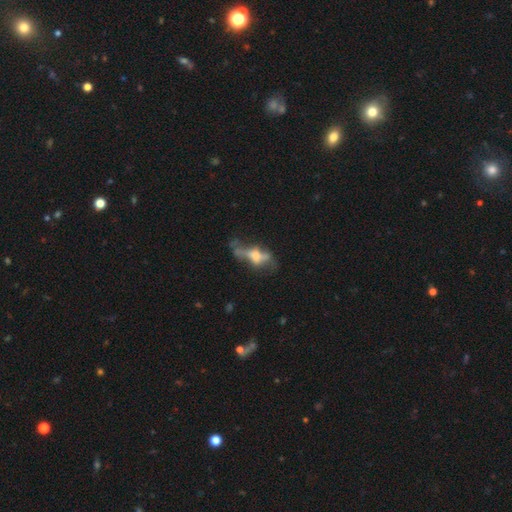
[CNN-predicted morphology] Q: Smooth or featured?
A: featured or disk (56%); runner-up: smooth (33%)
Q: Edge-on disk?
A: no (68%); runner-up: yes (32%)
Q: Merging?
A: major disturbance (39%); runner-up: none (31%)